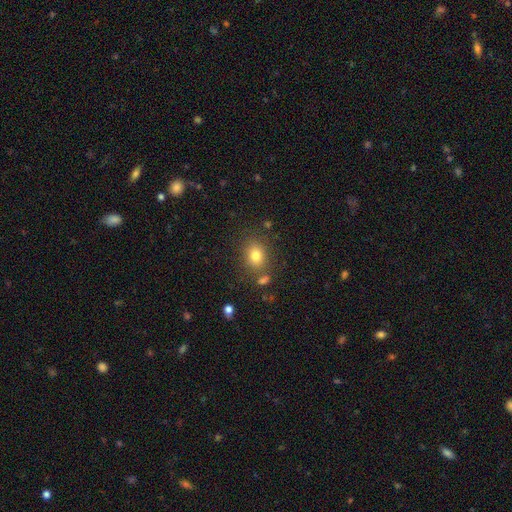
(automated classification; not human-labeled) Smooth or featured: smooth — 79% (star or artifact — 12%)
How rounded: round — 52% (in between — 47%)
Merging: none — 77% (minor disturbance — 12%)